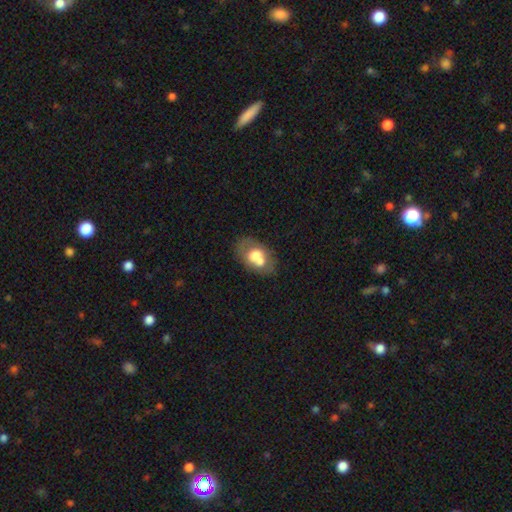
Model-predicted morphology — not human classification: smooth-or-featured: smooth: 59% | featured or disk: 33% | star or artifact: 8%
  how-rounded: in between: 81% | round: 17% | cigar-shaped: 1%
  merging: none: 42% | merger: 32% | minor disturbance: 18% | major disturbance: 8%